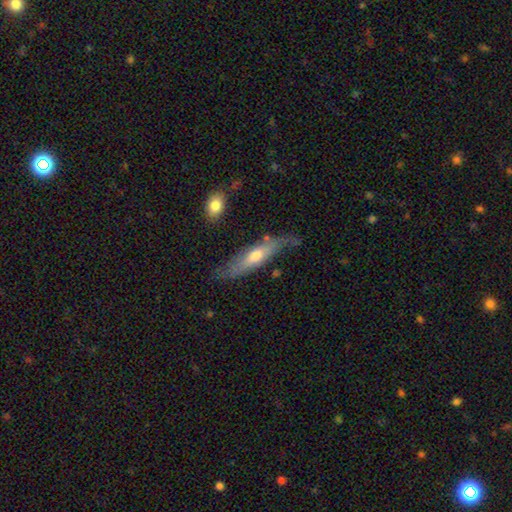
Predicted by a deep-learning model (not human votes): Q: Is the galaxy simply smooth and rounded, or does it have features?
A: featured or disk — 51%.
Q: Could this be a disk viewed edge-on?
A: yes — 69%.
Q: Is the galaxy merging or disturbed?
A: none — 67%.